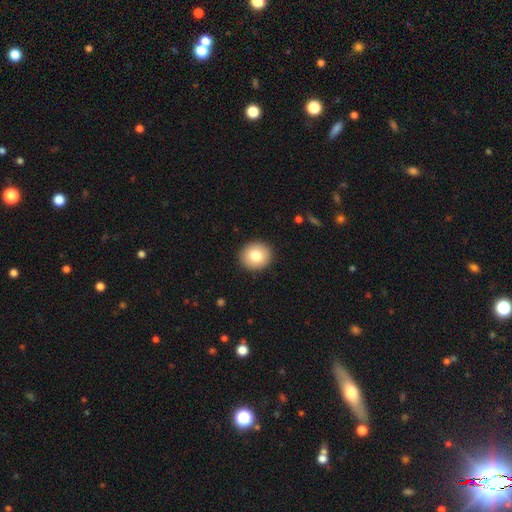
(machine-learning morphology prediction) smooth 81%, featured or disk 10%, star or artifact 8%. Down the decision tree: how rounded — round (84%); merging — none (92%).